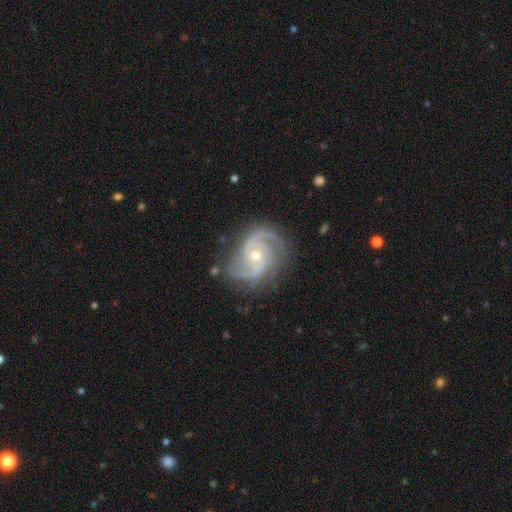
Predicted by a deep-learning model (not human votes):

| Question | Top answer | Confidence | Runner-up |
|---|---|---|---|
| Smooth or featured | featured or disk | 91% | star or artifact (5%) |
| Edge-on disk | no | 98% | yes (2%) |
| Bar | no | 61% | weak (31%) |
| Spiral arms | yes | 98% | no (2%) |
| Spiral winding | medium | 54% | tight (33%) |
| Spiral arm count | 2 | 65% | 3 (18%) |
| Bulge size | small | 51% | moderate (46%) |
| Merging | none | 75% | minor disturbance (18%) |